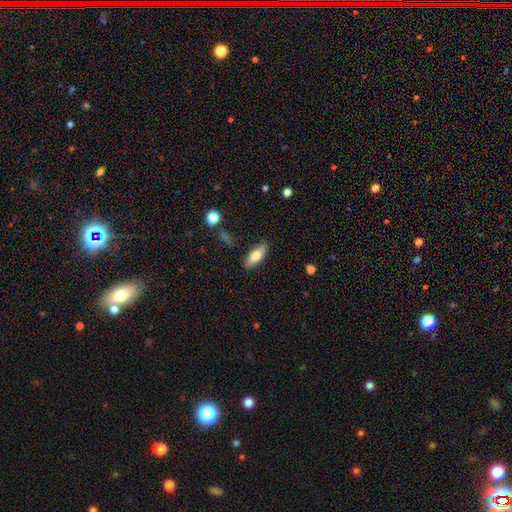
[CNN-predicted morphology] Smooth or featured? Predicted: smooth (p=0.70). How rounded? Predicted: in between (p=0.62). Merging? Predicted: none (p=0.88).